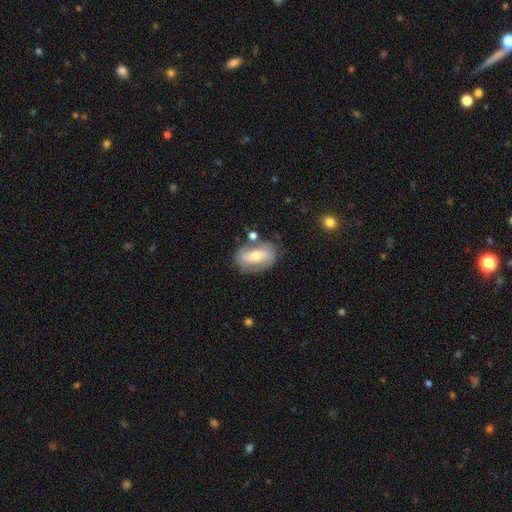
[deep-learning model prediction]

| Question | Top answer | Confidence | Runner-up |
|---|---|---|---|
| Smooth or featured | featured or disk | 53% | smooth (40%) |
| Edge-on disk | no | 89% | yes (11%) |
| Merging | none | 73% | minor disturbance (16%) |